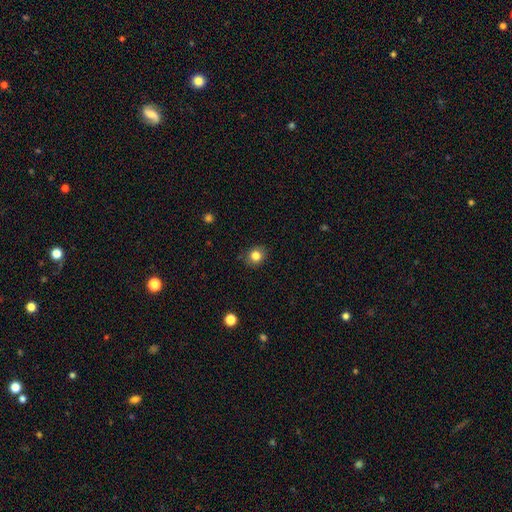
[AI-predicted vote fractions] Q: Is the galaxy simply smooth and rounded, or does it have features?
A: smooth — 83%.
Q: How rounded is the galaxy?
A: round — 78%.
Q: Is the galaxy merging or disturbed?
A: none — 86%.